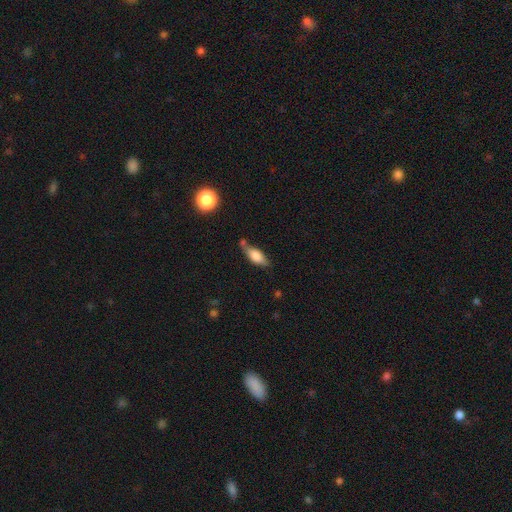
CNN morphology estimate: smooth 72%, featured or disk 20%, star or artifact 7%. Down the decision tree: how rounded — in between (74%); merging — none (55%).